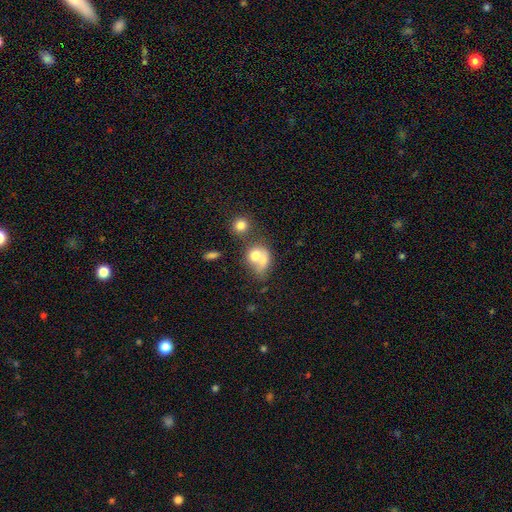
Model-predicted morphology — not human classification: A smooth galaxy with no disk features (68%) that is round (54%).

Vote fractions:
- Smooth or featured? smooth: 68% / featured or disk: 21% / star or artifact: 10%
- How rounded? round: 54% / in between: 45% / cigar-shaped: 2%
- Merging? merger: 62% / none: 19% / major disturbance: 10% / minor disturbance: 9%